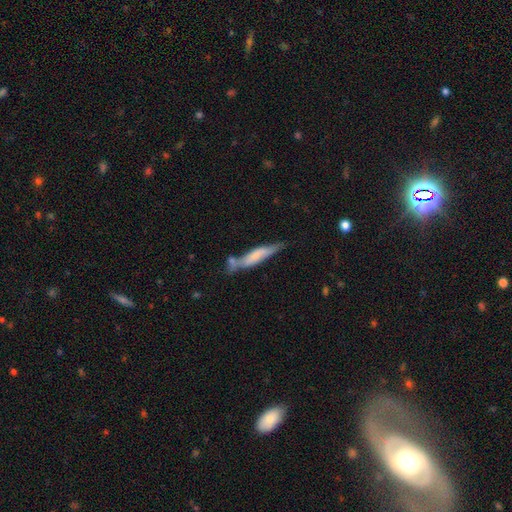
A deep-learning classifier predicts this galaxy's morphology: Smooth or featured?
  - smooth: 54% *
  - featured or disk: 40%
  - star or artifact: 7%
How rounded?
  - cigar-shaped: 86% *
  - in between: 13%
  - round: 2%
Merging?
  - none: 50% *
  - minor disturbance: 23%
  - merger: 19%
  - major disturbance: 8%